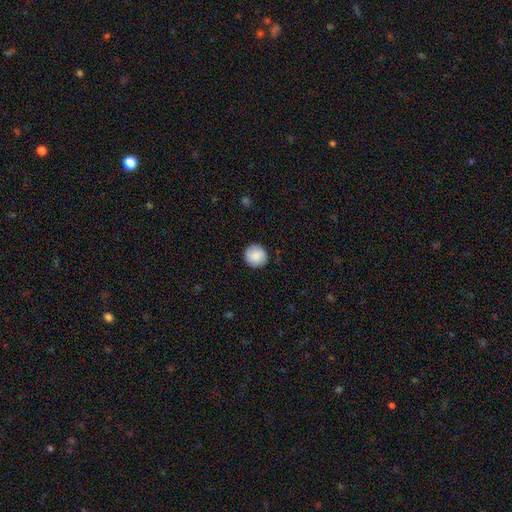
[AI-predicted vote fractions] This is clearly a smooth galaxy (87%). How rounded: clearly round (93%). Merging: clearly none (90%).